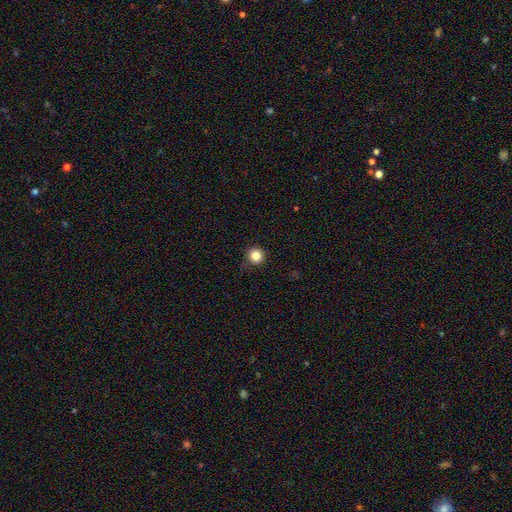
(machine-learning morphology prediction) Smooth or featured? Predicted: smooth (p=0.84). How rounded? Predicted: round (p=0.95). Merging? Predicted: none (p=0.89).